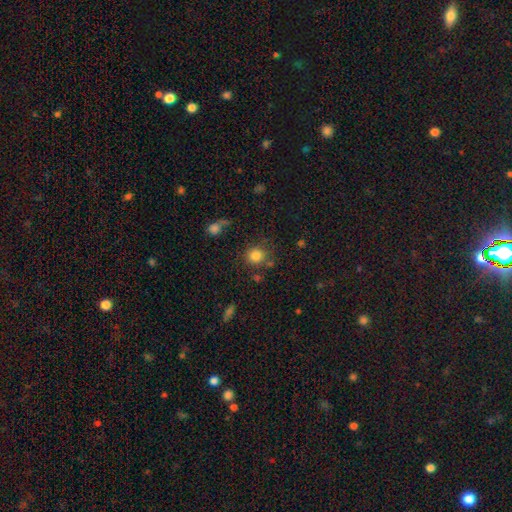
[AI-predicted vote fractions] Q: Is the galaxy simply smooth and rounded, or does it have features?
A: smooth — 82%.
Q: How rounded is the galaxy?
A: round — 88%.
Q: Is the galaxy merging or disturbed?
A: none — 76%.